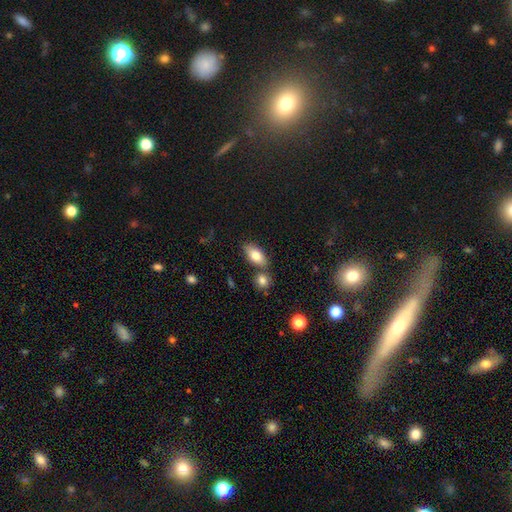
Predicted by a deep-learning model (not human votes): Morphology: type=smooth (79%); roundness=in between (88%); merging=none (71%).